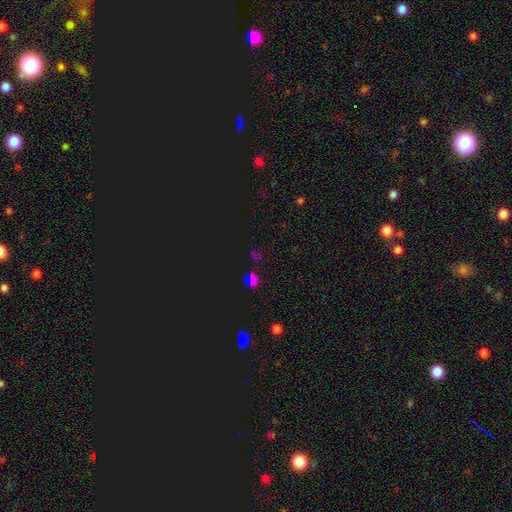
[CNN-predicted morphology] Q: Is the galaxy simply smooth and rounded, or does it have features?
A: star or artifact — 71%.